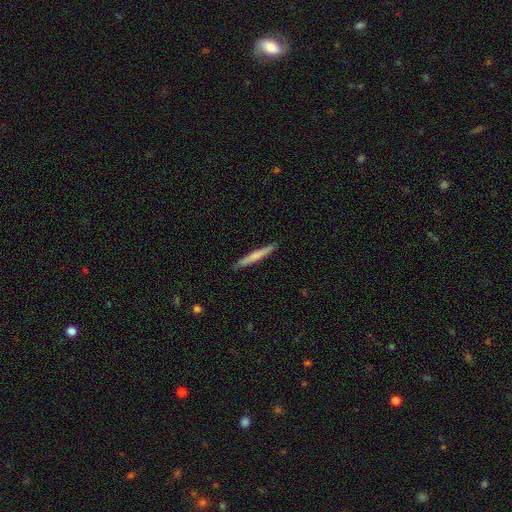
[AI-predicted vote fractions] A smooth galaxy with no disk features (63%) that is cigar-shaped (96%).

Vote fractions:
- Smooth or featured? smooth: 63% / featured or disk: 31% / star or artifact: 5%
- How rounded? cigar-shaped: 96% / in between: 2% / round: 1%
- Merging? none: 91% / minor disturbance: 7% / major disturbance: 1% / merger: 1%